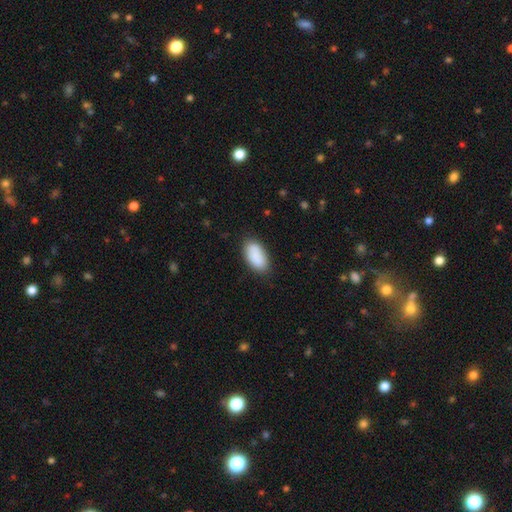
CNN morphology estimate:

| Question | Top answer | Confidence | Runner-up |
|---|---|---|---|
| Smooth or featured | smooth | 89% | star or artifact (6%) |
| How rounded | in between | 94% | cigar-shaped (3%) |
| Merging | none | 83% | minor disturbance (13%) |